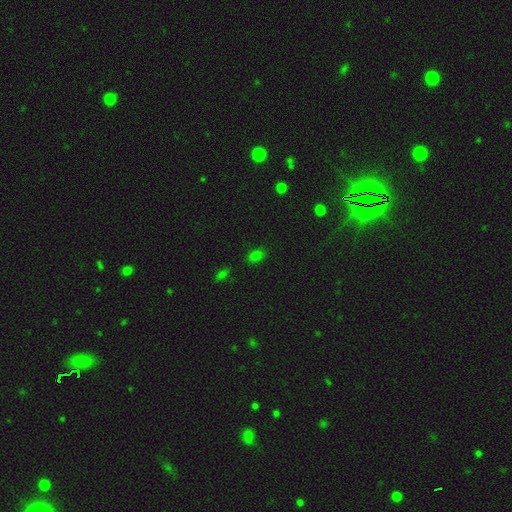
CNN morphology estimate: A smooth galaxy with no disk features (73%) that is in between round and cigar-shaped (81%). Merging: none (82%).